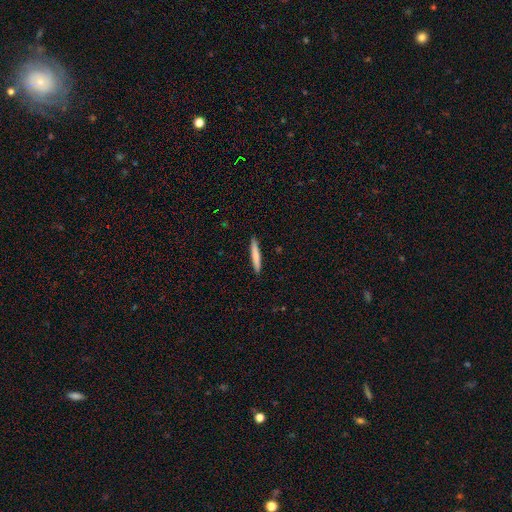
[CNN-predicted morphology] A smooth galaxy with no disk features (75%) that is cigar-shaped (95%).

Vote fractions:
- Smooth or featured? smooth: 75% / featured or disk: 19% / star or artifact: 5%
- How rounded? cigar-shaped: 95% / in between: 4% / round: 1%
- Merging? none: 91% / minor disturbance: 6% / major disturbance: 1% / merger: 1%